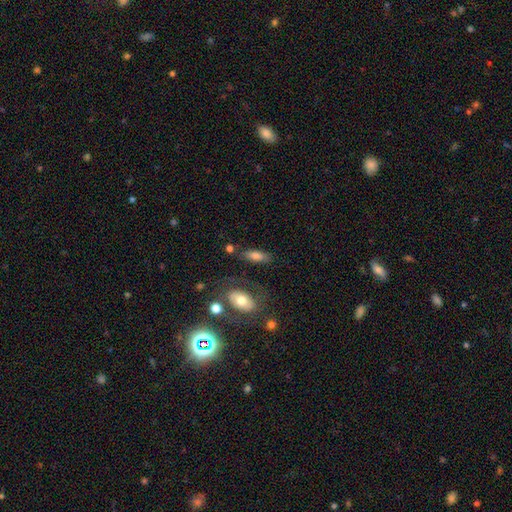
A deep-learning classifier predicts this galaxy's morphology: Smooth or featured? smooth (73%)
How rounded? in between (71%)
Merging? none (71%)